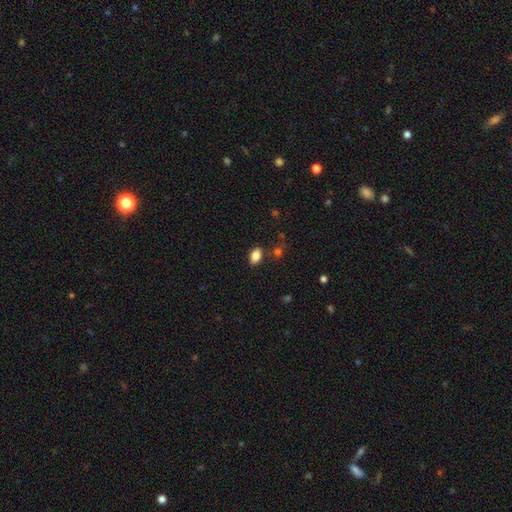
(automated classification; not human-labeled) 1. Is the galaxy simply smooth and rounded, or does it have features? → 85% smooth, 9% star or artifact, 6% featured or disk.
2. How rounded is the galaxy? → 88% in between, 10% round, 2% cigar-shaped.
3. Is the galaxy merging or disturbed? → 82% none, 11% minor disturbance, 4% merger, 3% major disturbance.